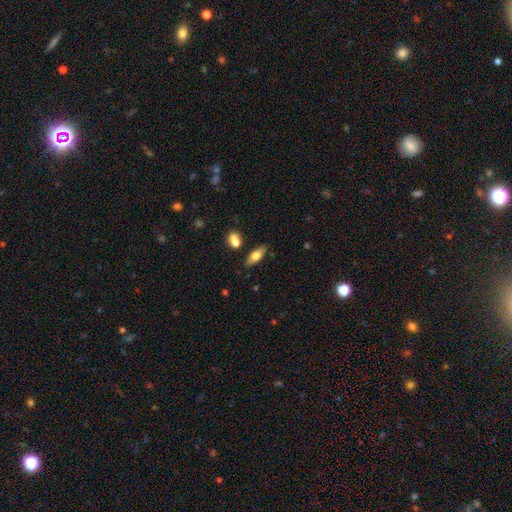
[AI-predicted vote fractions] smooth_or_featured: smooth (p=0.65) [alt: featured or disk p=0.27]
how_rounded: in between (p=0.68) [alt: cigar-shaped p=0.28]
merging: none (p=0.77) [alt: minor disturbance p=0.13]